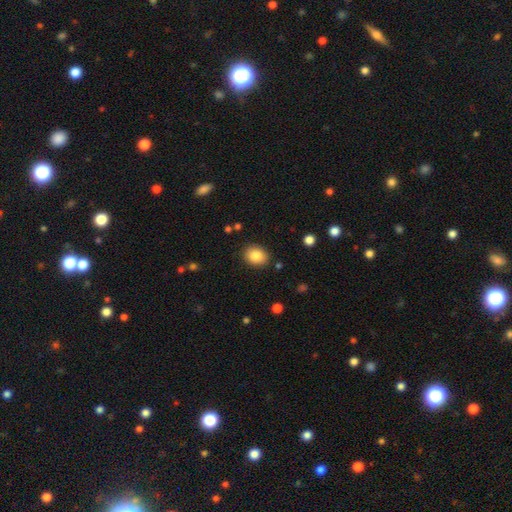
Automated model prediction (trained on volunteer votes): Smooth or featured?
  - smooth: 85% *
  - star or artifact: 9%
  - featured or disk: 7%
How rounded?
  - in between: 54% *
  - round: 45%
  - cigar-shaped: 1%
Merging?
  - none: 87% *
  - minor disturbance: 9%
  - major disturbance: 2%
  - merger: 1%